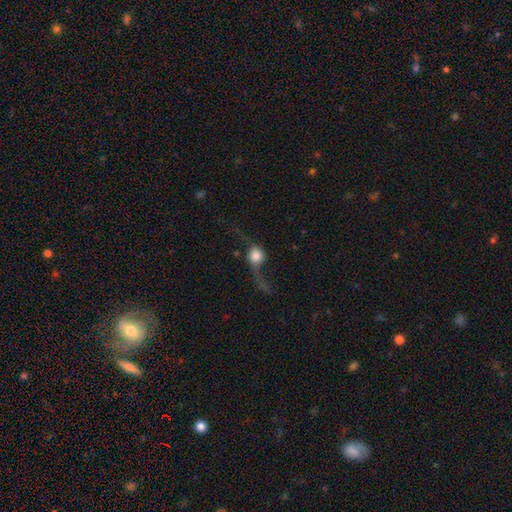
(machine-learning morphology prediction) Smooth or featured? Predicted: featured or disk (p=0.57). Edge-on disk? Predicted: no (p=0.72). Merging? Predicted: major disturbance (p=0.40).